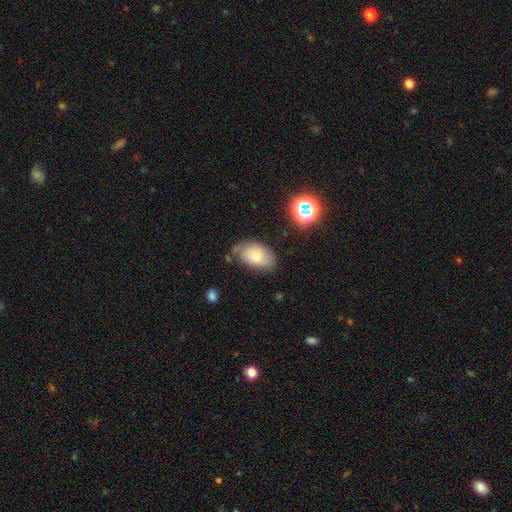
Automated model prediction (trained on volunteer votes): Morphology: type=smooth (56%); roundness=in between (90%); merging=none (55%).